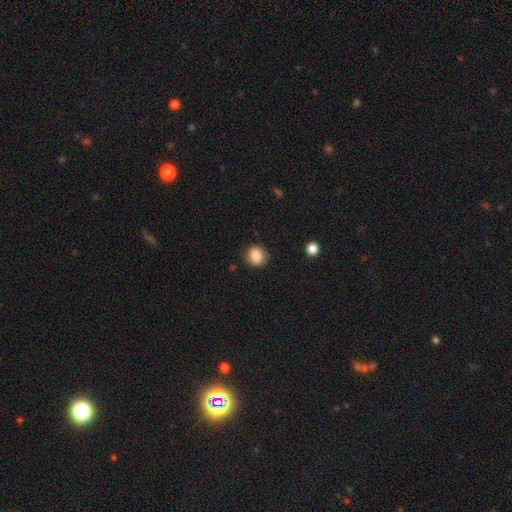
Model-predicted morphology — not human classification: This appears to be a smooth galaxy with no disk features (86%) that is round (71%). Merging: none (84%).